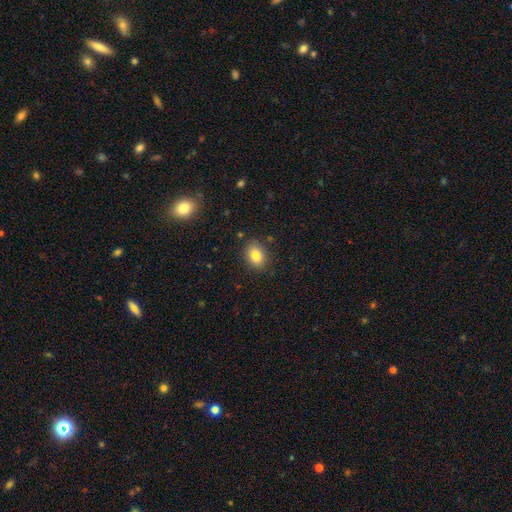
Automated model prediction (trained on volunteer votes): smooth 82%, star or artifact 10%, featured or disk 9%. Down the decision tree: how rounded — in between (63%); merging — none (86%).